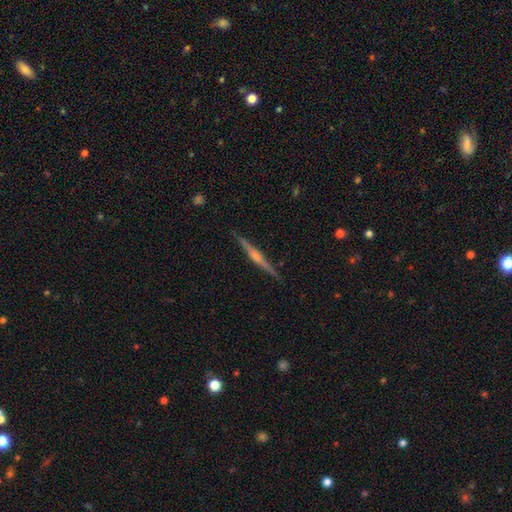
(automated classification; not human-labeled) Smooth or featured? featured or disk (80%)
Edge-on disk? yes (98%)
Edge-on bulge? rounded (79%)
Merging? none (90%)